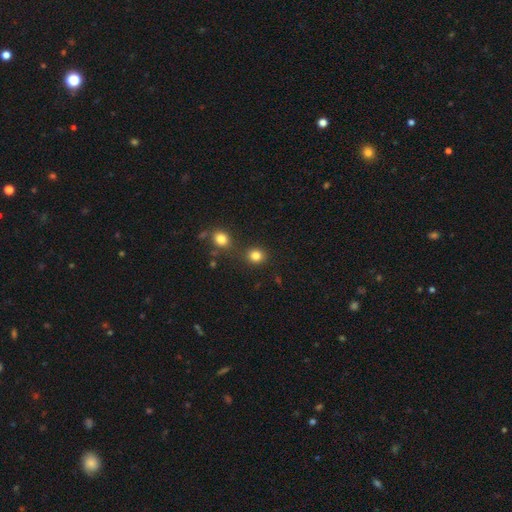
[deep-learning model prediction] Overall: smooth (82%). How rounded: round (83%). Merging: none (79%).